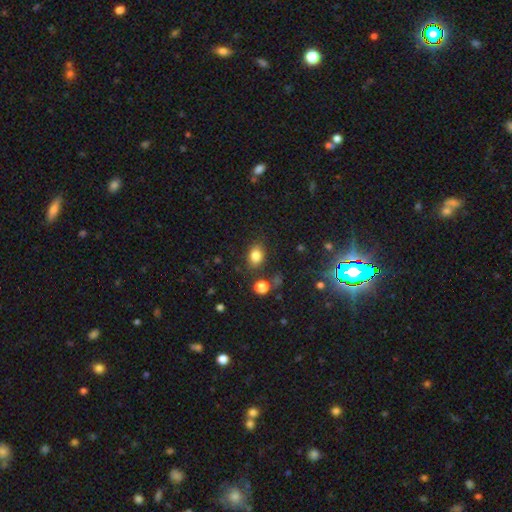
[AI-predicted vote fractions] Overall: smooth (82%). How rounded: in between (70%). Merging: none (79%).